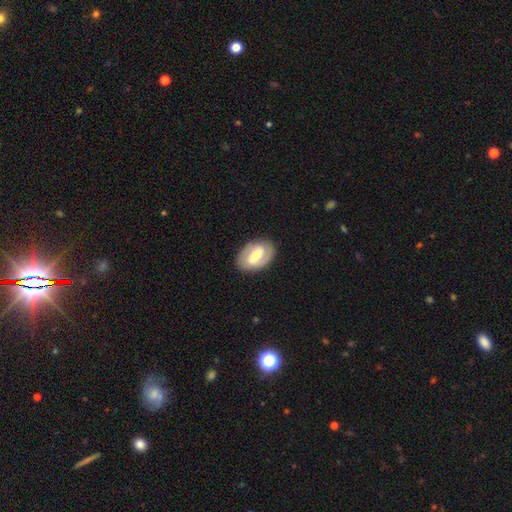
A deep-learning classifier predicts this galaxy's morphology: Smooth or featured?
  - featured or disk: 59% *
  - smooth: 35%
  - star or artifact: 6%
Edge-on disk?
  - no: 93% *
  - yes: 7%
Bar?
  - strong: 53% *
  - weak: 34%
  - no: 13%
Spiral arms?
  - no: 51% *
  - yes: 49%
Bulge size?
  - moderate: 56% *
  - small: 21%
  - large: 18%
  - none: 3%
  - dominant: 2%
Merging?
  - none: 85% *
  - minor disturbance: 10%
  - major disturbance: 4%
  - merger: 1%